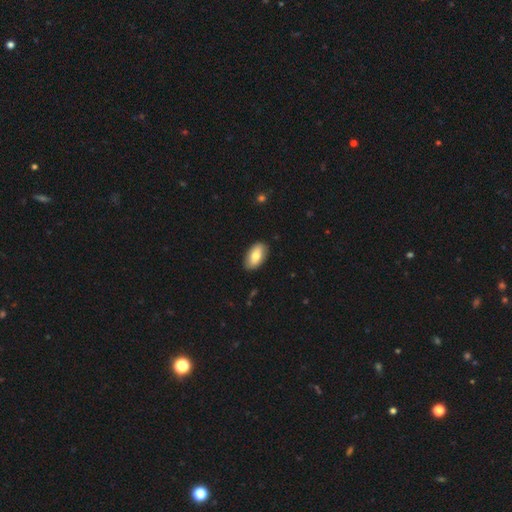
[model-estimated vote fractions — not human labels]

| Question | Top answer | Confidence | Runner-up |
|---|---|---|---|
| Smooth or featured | smooth | 75% | featured or disk (19%) |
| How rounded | in between | 93% | round (3%) |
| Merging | none | 88% | minor disturbance (9%) |